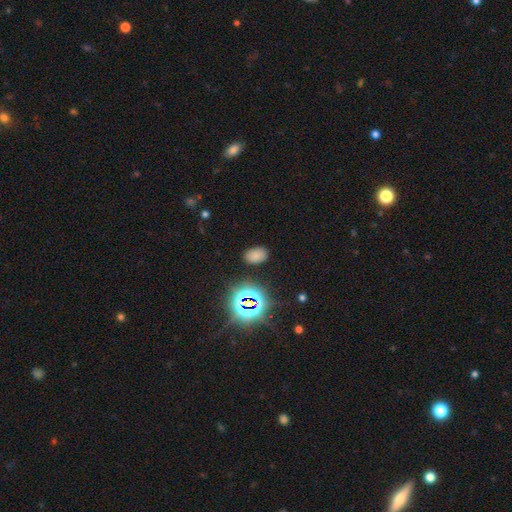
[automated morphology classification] Q: Smooth or featured?
A: smooth (70%); runner-up: star or artifact (24%)
Q: How rounded?
A: in between (87%); runner-up: round (12%)
Q: Merging?
A: none (84%); runner-up: minor disturbance (11%)